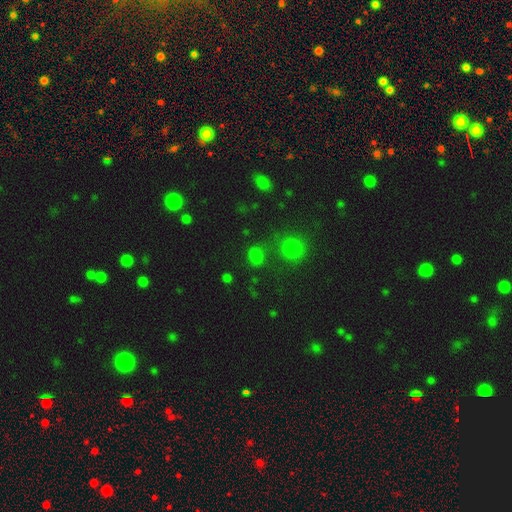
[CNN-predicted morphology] A smooth galaxy with no disk features (69%) that is round (65%). Merging: none (65%).